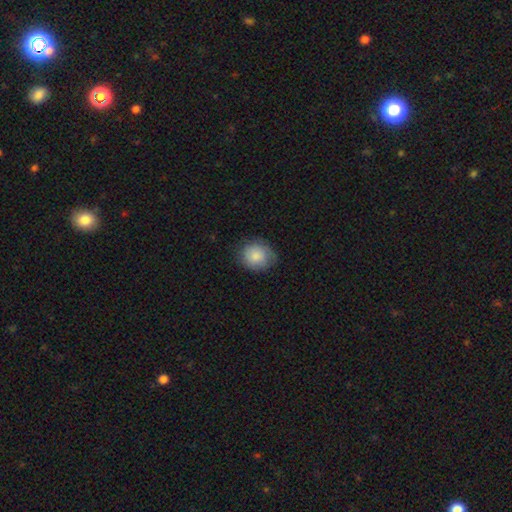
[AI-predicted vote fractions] This appears to be a smooth galaxy with no disk features (81%) that is round (72%). Merging: none (74%).